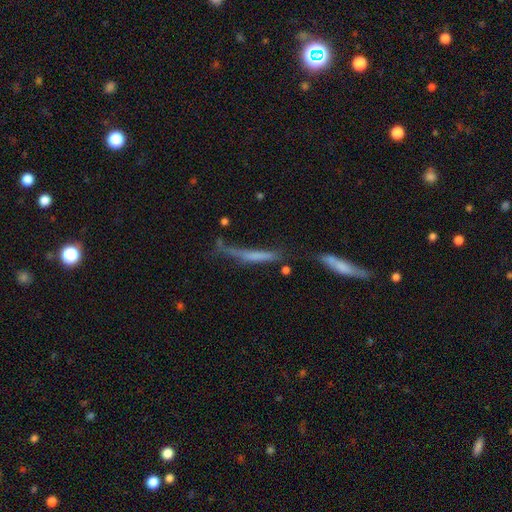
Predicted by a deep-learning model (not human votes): Q: Smooth or featured?
A: smooth (54%); runner-up: featured or disk (36%)
Q: How rounded?
A: cigar-shaped (91%); runner-up: in between (7%)
Q: Merging?
A: none (38%); runner-up: minor disturbance (24%)